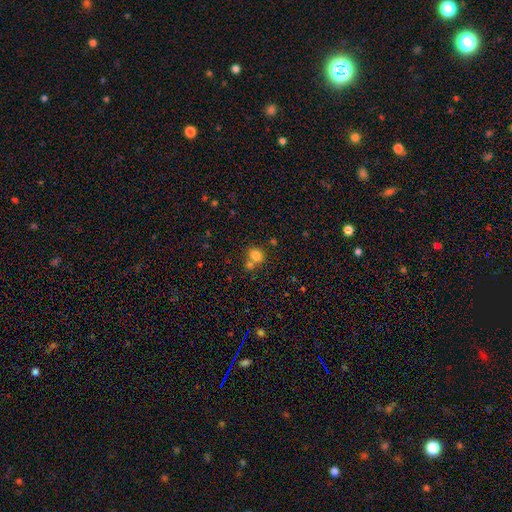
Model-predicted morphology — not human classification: smooth 80%, star or artifact 12%, featured or disk 7%. Down the decision tree: how rounded — round (66%); merging — none (54%).